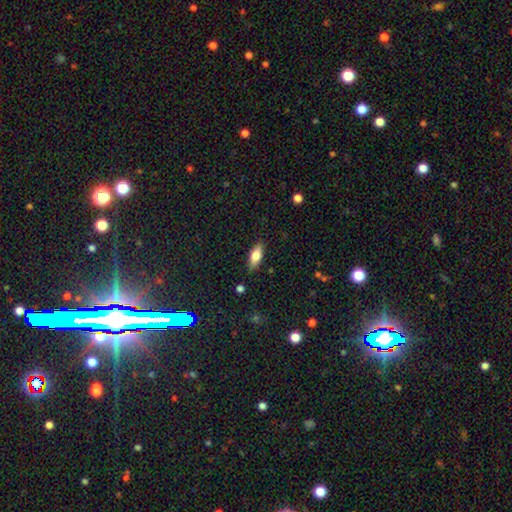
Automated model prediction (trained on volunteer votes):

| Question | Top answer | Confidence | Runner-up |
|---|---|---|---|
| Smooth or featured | smooth | 69% | featured or disk (24%) |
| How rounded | in between | 76% | cigar-shaped (21%) |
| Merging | none | 86% | minor disturbance (10%) |